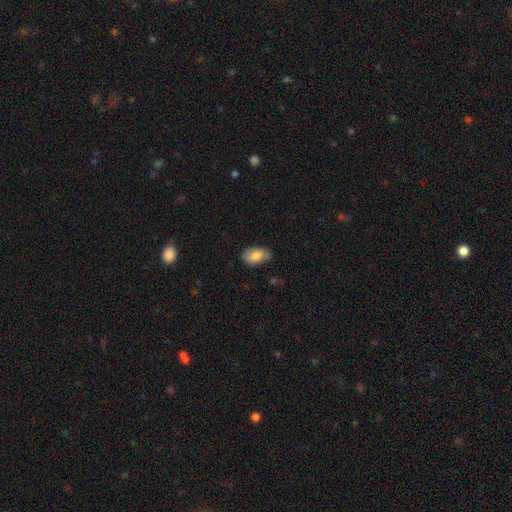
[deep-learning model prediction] This appears to be a smooth galaxy with no disk features (81%) that is in between round and cigar-shaped (94%). Merging: none (74%).